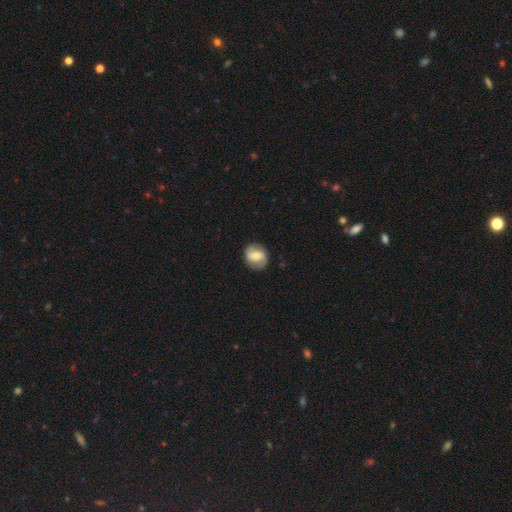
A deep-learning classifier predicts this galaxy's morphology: Overall: featured or disk (58%; smooth 35%). Edge-on disk: no (97%). Bar: weak (43%; strong 34%). Spiral arms: yes (79%). Bulge size: moderate (57%; small 32%). Merging: none (84%).